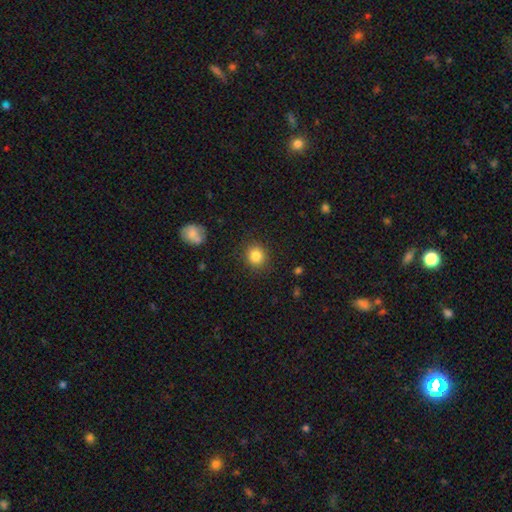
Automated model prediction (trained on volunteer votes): smooth_or_featured: smooth (p=0.84) [alt: star or artifact p=0.10]
how_rounded: round (p=0.87) [alt: in between p=0.12]
merging: none (p=0.89) [alt: minor disturbance p=0.07]